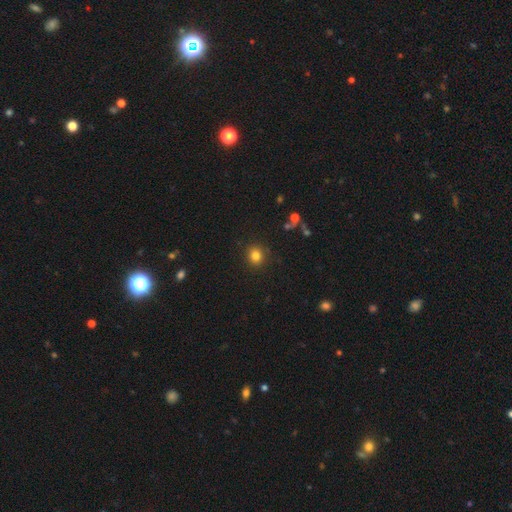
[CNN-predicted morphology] smooth-or-featured: smooth: 81% | star or artifact: 13% | featured or disk: 6%
  how-rounded: round: 85% | in between: 14% | cigar-shaped: 1%
  merging: none: 89% | minor disturbance: 7% | major disturbance: 2% | merger: 1%